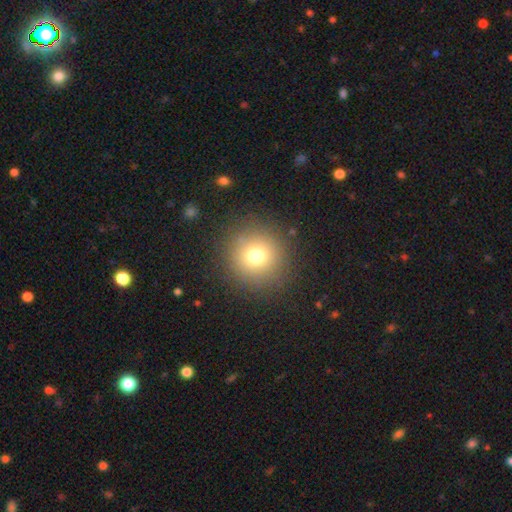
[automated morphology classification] type=smooth (74%); roundness=round (94%); merging=none (89%).